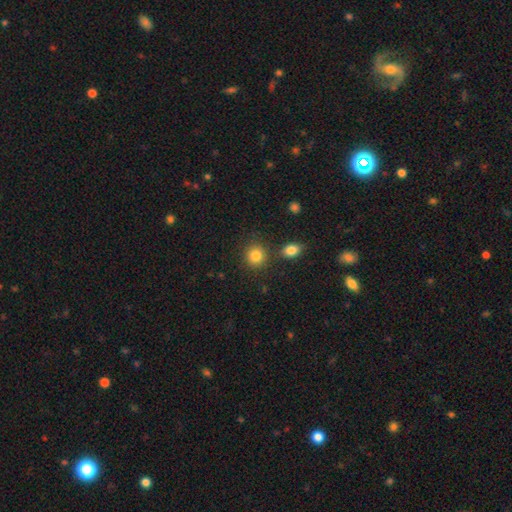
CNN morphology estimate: This is clearly a smooth galaxy (85%). How rounded: clearly round (85%). Merging: likely none (80%).